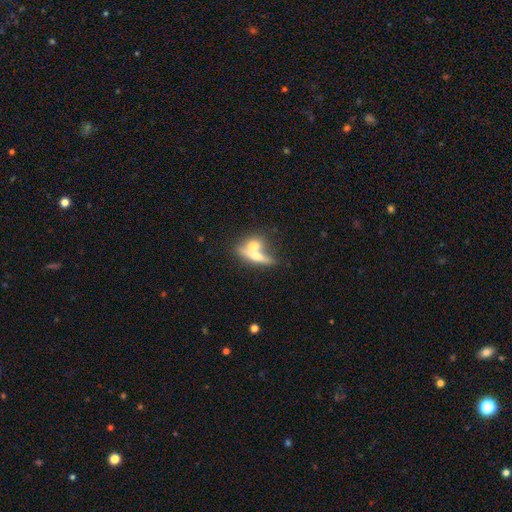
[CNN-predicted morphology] smooth-or-featured: smooth: 55% | featured or disk: 38% | star or artifact: 7%
  how-rounded: cigar-shaped: 43% | in between: 42% | round: 16%
  merging: merger: 58% | none: 29% | minor disturbance: 8% | major disturbance: 5%